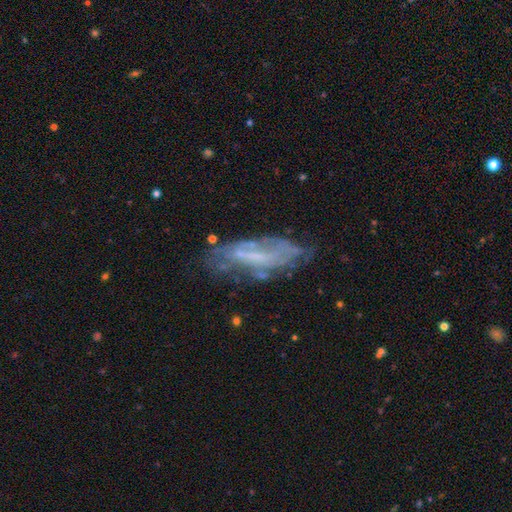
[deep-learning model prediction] A featured or disk galaxy (64%) with no bar (42%), no spiral arms (54%) and no central bulge (50%).

Vote fractions:
- Smooth or featured? featured or disk: 64% / smooth: 26% / star or artifact: 11%
- Edge-on disk? no: 80% / yes: 20%
- Bar? no: 42% / weak: 33% / strong: 25%
- Spiral arms? no: 54% / yes: 46%
- Bulge size? none: 50% / small: 30% / moderate: 16% / large: 3% / dominant: 1%
- Merging? none: 52% / minor disturbance: 26% / major disturbance: 18% / merger: 5%